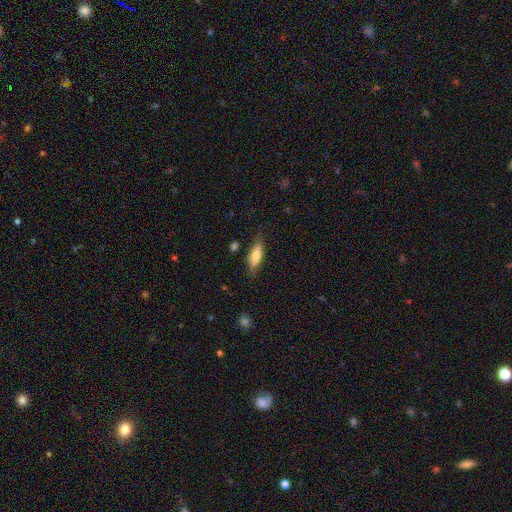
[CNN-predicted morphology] Smooth or featured? Predicted: smooth (p=0.66). How rounded? Predicted: in between (p=0.65). Merging? Predicted: none (p=0.76).